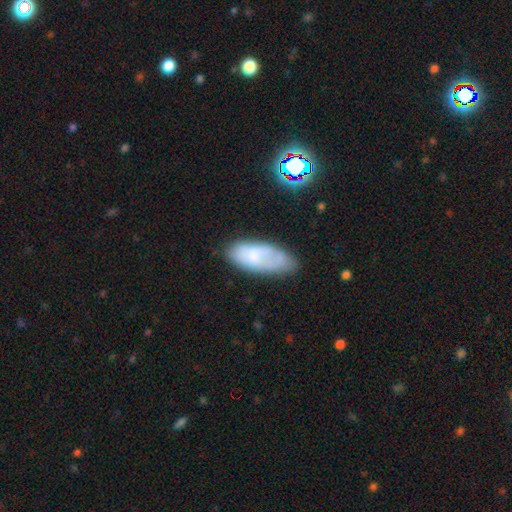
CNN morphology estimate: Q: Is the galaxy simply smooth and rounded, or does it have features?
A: smooth — 67%.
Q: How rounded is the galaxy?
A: in between — 86%.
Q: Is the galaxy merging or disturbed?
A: none — 60%.